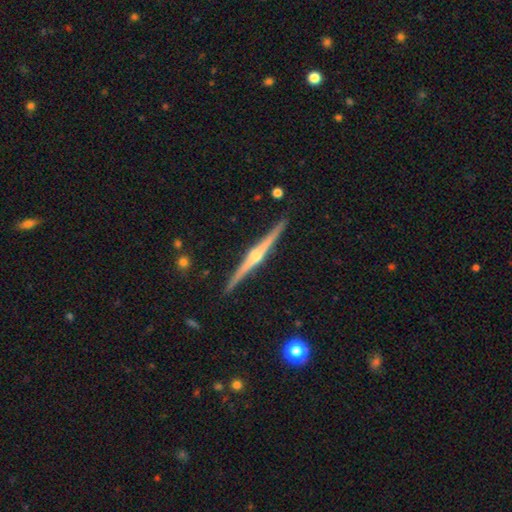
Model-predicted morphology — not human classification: smooth-or-featured: featured or disk: 88% | smooth: 8% | star or artifact: 5%
  disk-edge-on: yes: 99% | no: 1%
    edge-on-bulge: rounded: 92% | none: 4% | boxy: 4%
  merging: none: 92% | minor disturbance: 6% | merger: 1% | major disturbance: 1%